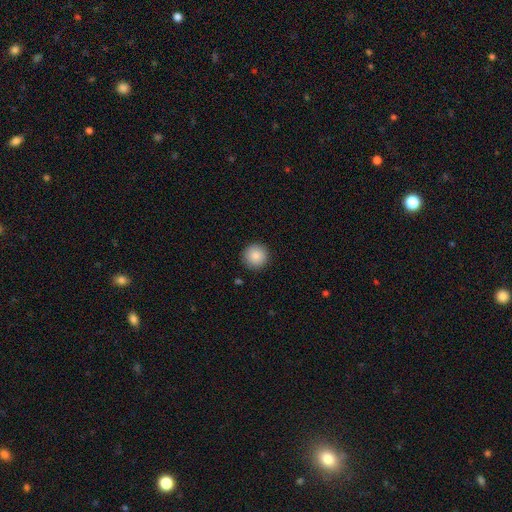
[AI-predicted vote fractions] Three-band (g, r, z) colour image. It shows a smooth galaxy with no disk features (88%) that is round (96%). Merging: none (92%).